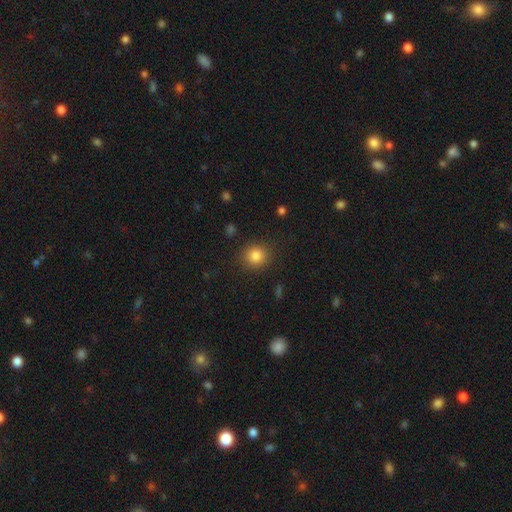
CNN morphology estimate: Smooth or featured? smooth (83%)
How rounded? round (83%)
Merging? none (88%)